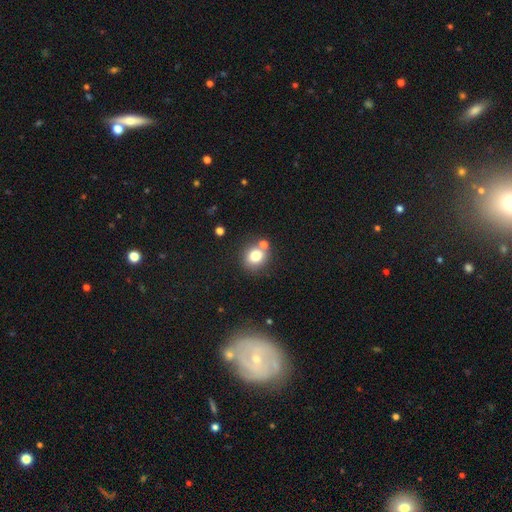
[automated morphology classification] smooth_or_featured: smooth (p=0.78) [alt: star or artifact p=0.12]
how_rounded: round (p=0.79) [alt: in between p=0.20]
merging: none (p=0.67) [alt: merger p=0.19]